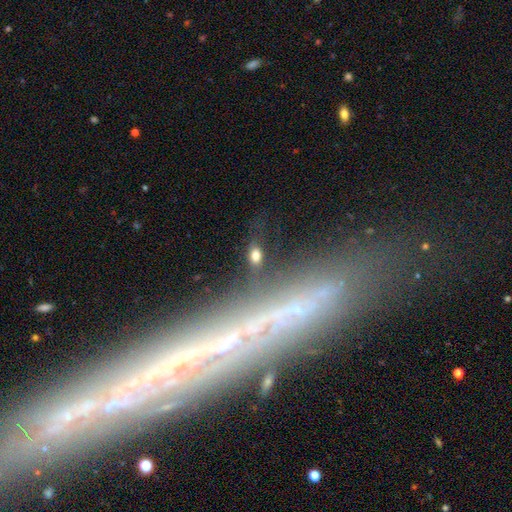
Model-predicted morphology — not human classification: This appears to be a smooth galaxy with no disk features (72%) that is in between round and cigar-shaped (84%). Merging: none (72%).